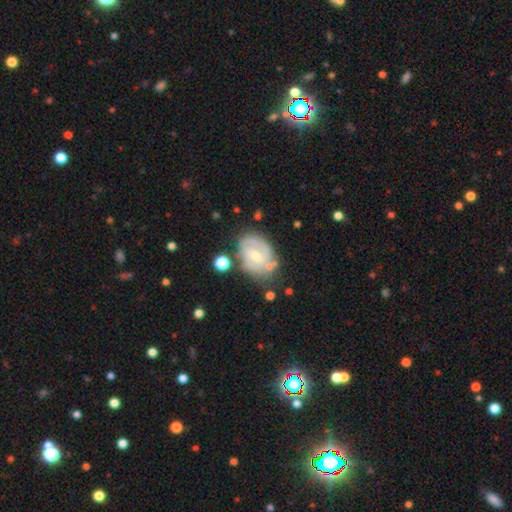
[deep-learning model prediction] A featured or disk galaxy (71%) with a weak bar (50%), 2 (48%) tight (51%) spiral arms (78%) and a moderate central bulge (49%). Merging: none (59%).